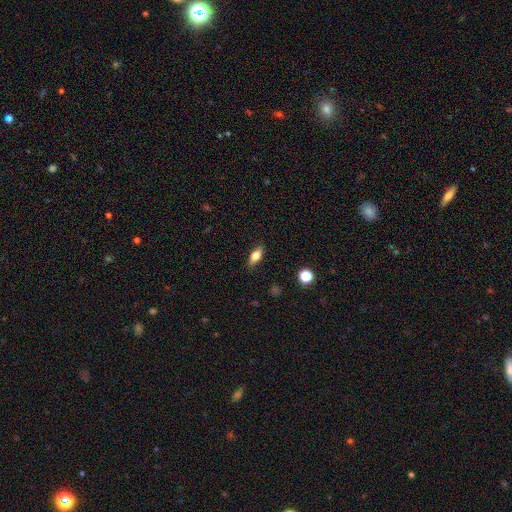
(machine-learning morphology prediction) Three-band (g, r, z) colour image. It shows a smooth galaxy with no disk features (69%) that is in between round and cigar-shaped (74%). Merging: none (86%).